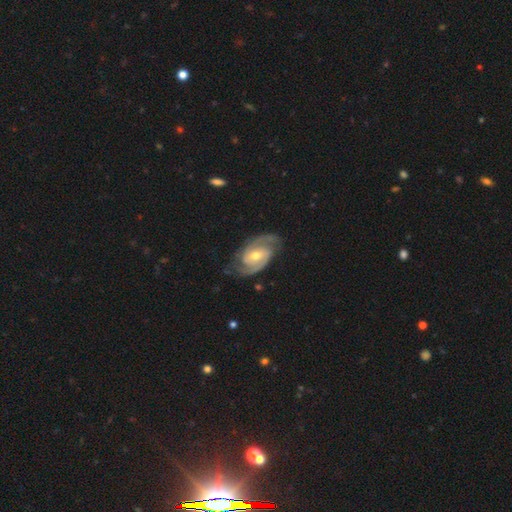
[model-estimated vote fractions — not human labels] Smooth or featured?
  - featured or disk: 89% *
  - smooth: 7%
  - star or artifact: 4%
Edge-on disk?
  - no: 97% *
  - yes: 3%
Bar?
  - weak: 46% *
  - no: 37%
  - strong: 17%
Spiral arms?
  - yes: 97% *
  - no: 3%
Spiral winding?
  - medium: 49% *
  - tight: 40%
  - loose: 11%
Spiral arm count?
  - 2: 89% *
  - can't tell: 4%
  - 3: 3%
  - 1: 1%
  - 4: 1%
  - more than 4: 1%
Bulge size?
  - moderate: 62% *
  - small: 33%
  - large: 3%
  - none: 1%
  - dominant: 1%
Merging?
  - none: 77% *
  - minor disturbance: 16%
  - major disturbance: 5%
  - merger: 1%